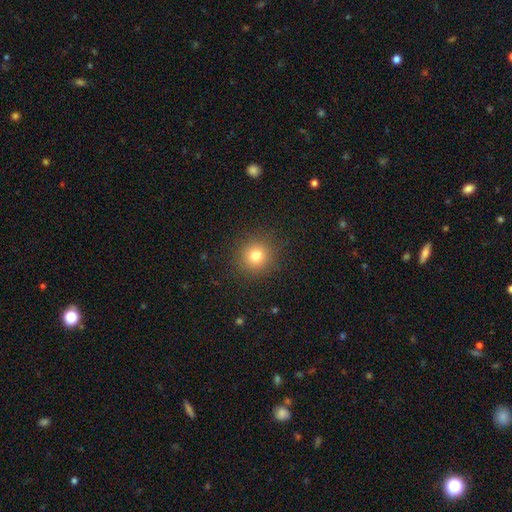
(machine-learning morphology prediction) This is likely a smooth galaxy (78%). How rounded: clearly round (93%). Merging: clearly none (90%).